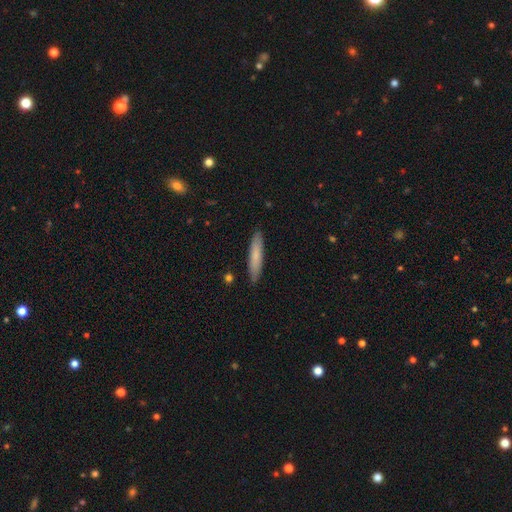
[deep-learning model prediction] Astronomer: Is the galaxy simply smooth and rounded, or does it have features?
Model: smooth — 76%.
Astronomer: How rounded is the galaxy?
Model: cigar-shaped — 89%.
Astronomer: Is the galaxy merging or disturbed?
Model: none — 89%.